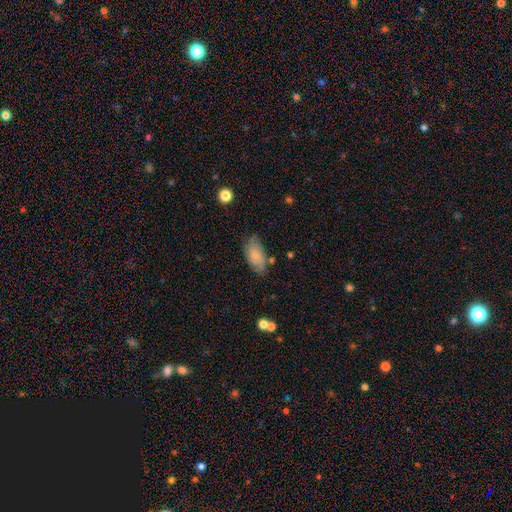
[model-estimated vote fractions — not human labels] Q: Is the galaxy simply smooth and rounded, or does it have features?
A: smooth — 71%.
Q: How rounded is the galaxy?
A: in between — 93%.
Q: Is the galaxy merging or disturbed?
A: none — 69%.